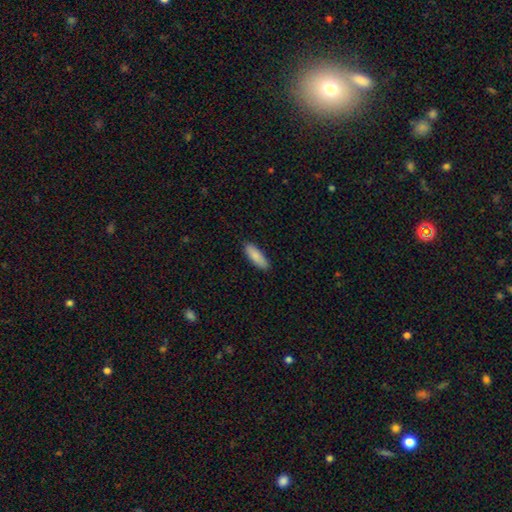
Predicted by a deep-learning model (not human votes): This appears to be a smooth galaxy with no disk features (87%) that is in between round and cigar-shaped (55%). Merging: none (89%).